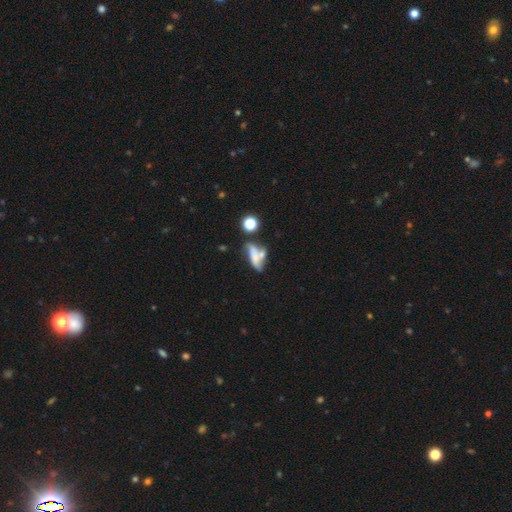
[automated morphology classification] The model was most divided on "merging": merger: 38%, none: 30%, minor disturbance: 17%, major disturbance: 15%. More confident: how rounded — in between (59%); smooth or featured — smooth (51%).